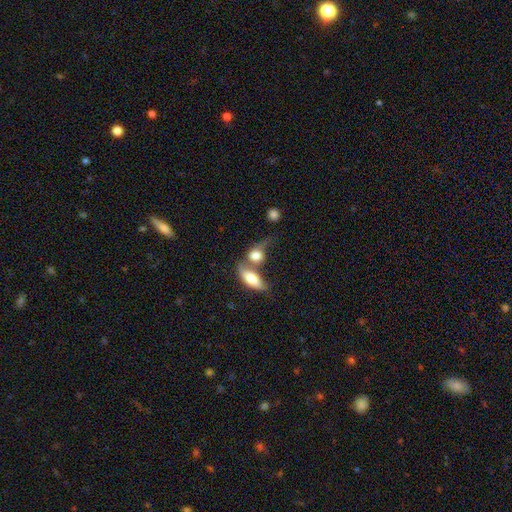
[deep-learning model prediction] The model was most divided on "merging": merger: 58%, none: 21%, major disturbance: 11%, minor disturbance: 10%. More confident: smooth or featured — smooth (74%); how rounded — in between (67%).